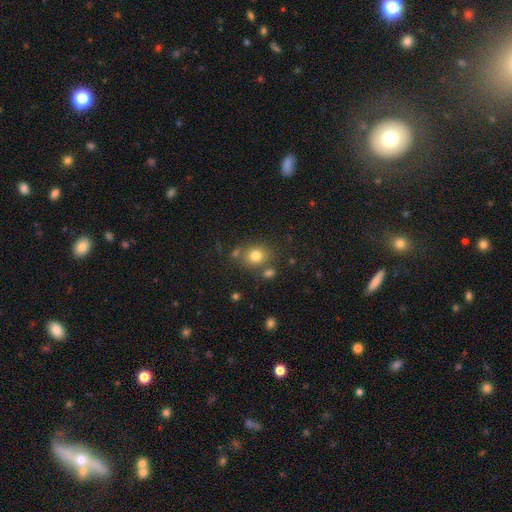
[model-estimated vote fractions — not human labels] Smooth or featured: smooth — 78% (star or artifact — 13%)
How rounded: round — 67% (in between — 32%)
Merging: none — 69% (merger — 14%)